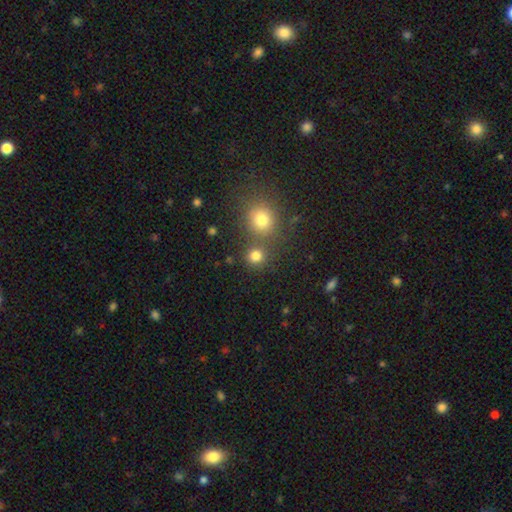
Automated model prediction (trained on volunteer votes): smooth 79%, star or artifact 15%, featured or disk 5%. Down the decision tree: how rounded — round (89%); merging — none (72%).